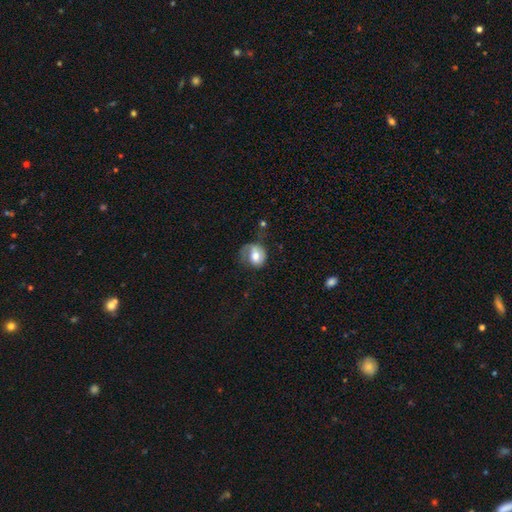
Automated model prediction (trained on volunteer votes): Smooth or featured? smooth (62%)
How rounded? round (51%)
Merging? none (34%)